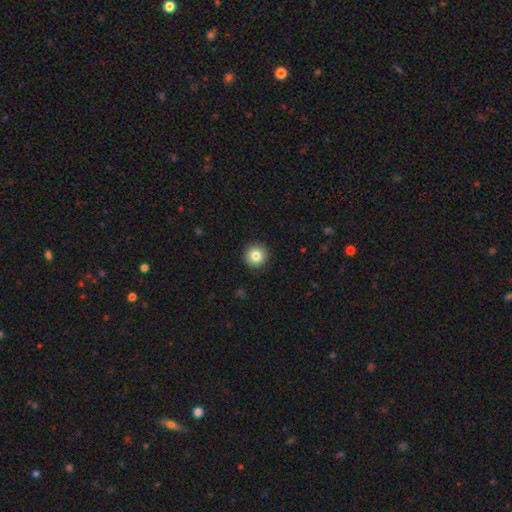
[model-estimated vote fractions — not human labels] smooth_or_featured: smooth (p=0.83) [alt: star or artifact p=0.10]
how_rounded: round (p=0.95) [alt: in between p=0.04]
merging: none (p=0.92) [alt: minor disturbance p=0.05]